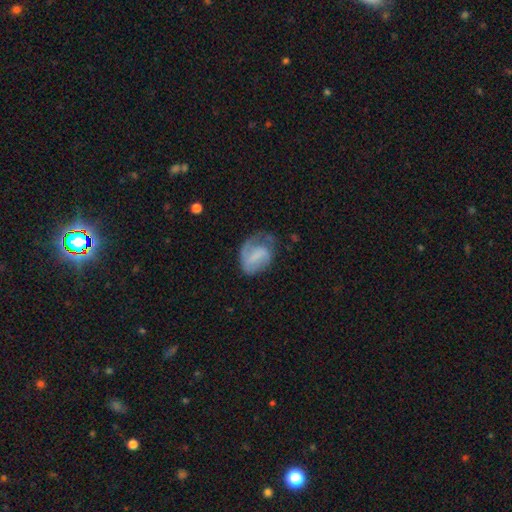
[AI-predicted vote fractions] This is possibly a featured or disk galaxy (52%). It is clearly not viewed edge-on (97%). Bar: marginally weak (41%). Spiral arm pattern: likely yes (74%). Central bulge: possibly none (56%). Merging: marginally none (38%).